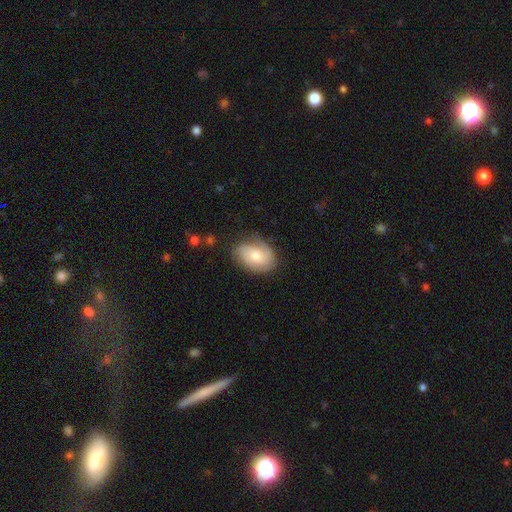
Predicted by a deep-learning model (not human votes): The model was most divided on "smooth or featured": featured or disk: 51%, smooth: 42%, star or artifact: 7%. More confident: edge-on disk — no (96%); merging — none (67%).